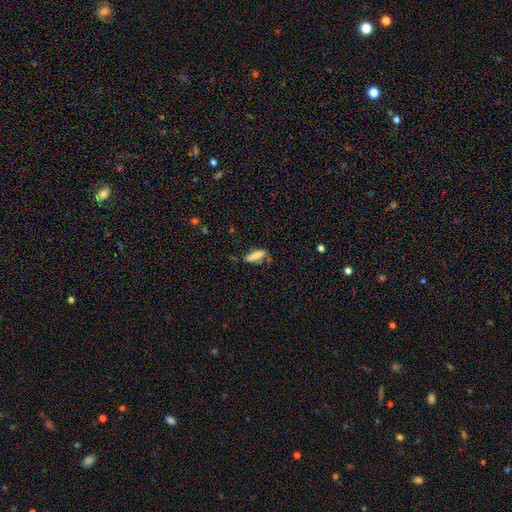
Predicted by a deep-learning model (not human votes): The model was most divided on "how rounded": cigar-shaped: 65%, in between: 33%, round: 2%. More confident: smooth or featured — smooth (79%); merging — none (63%).